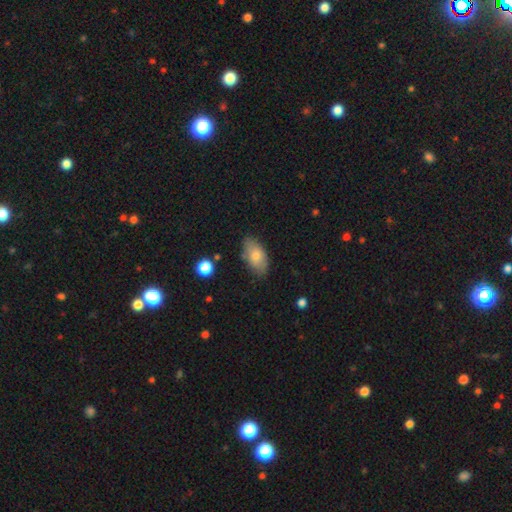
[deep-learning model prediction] Overall: smooth (75%). How rounded: in between (92%). Merging: none (79%).